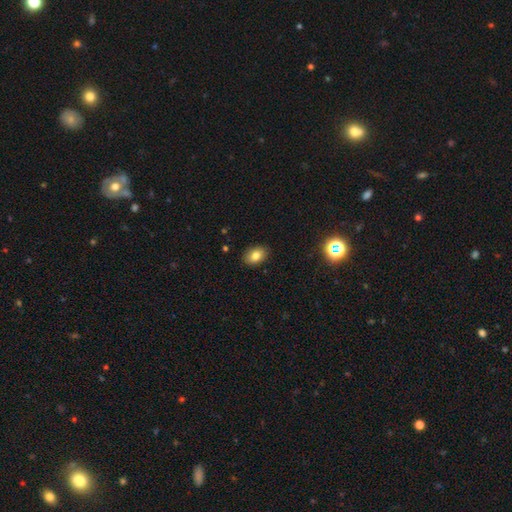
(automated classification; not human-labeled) Smooth or featured?
  - smooth: 82% *
  - star or artifact: 10%
  - featured or disk: 8%
How rounded?
  - in between: 81% *
  - round: 18%
  - cigar-shaped: 1%
Merging?
  - none: 88% *
  - minor disturbance: 9%
  - major disturbance: 2%
  - merger: 1%